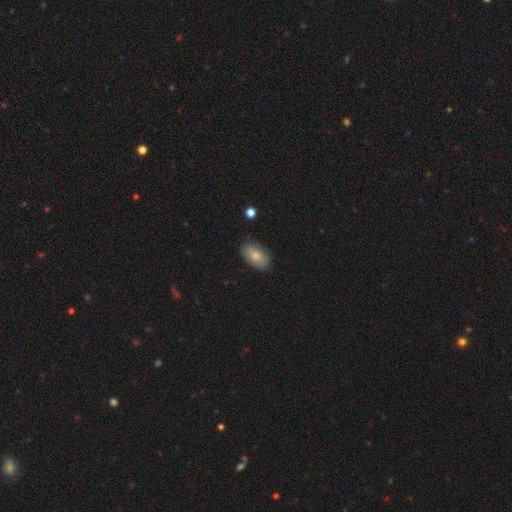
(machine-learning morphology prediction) The model was most divided on "smooth or featured": smooth: 77%, featured or disk: 16%, star or artifact: 7%. More confident: how rounded — in between (92%); merging — none (79%).